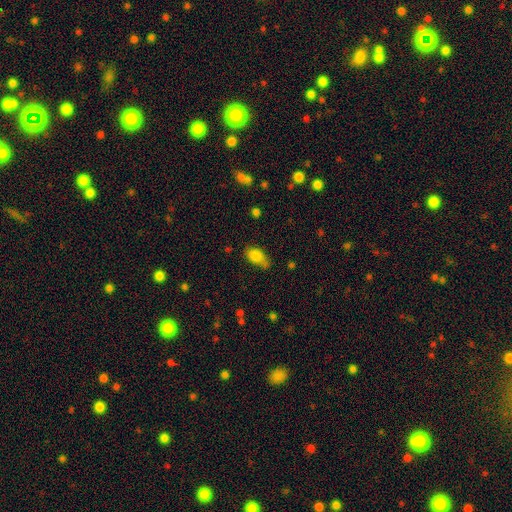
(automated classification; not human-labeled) This appears to be a smooth galaxy with no disk features (82%) that is in between round and cigar-shaped (84%). Merging: none (55%).